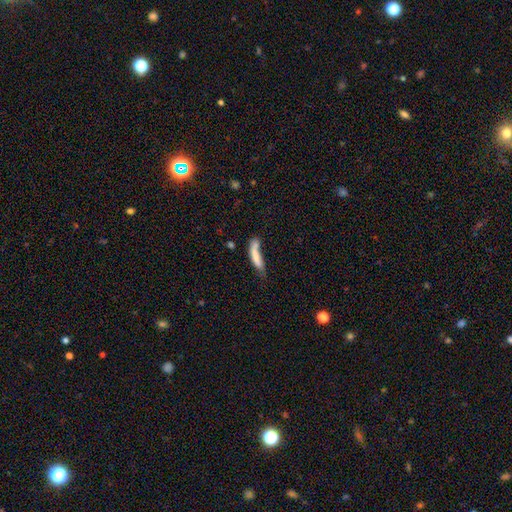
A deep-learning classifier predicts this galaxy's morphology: smooth 75%, featured or disk 17%, star or artifact 8%. Down the decision tree: how rounded — cigar-shaped (77%); merging — none (36%).